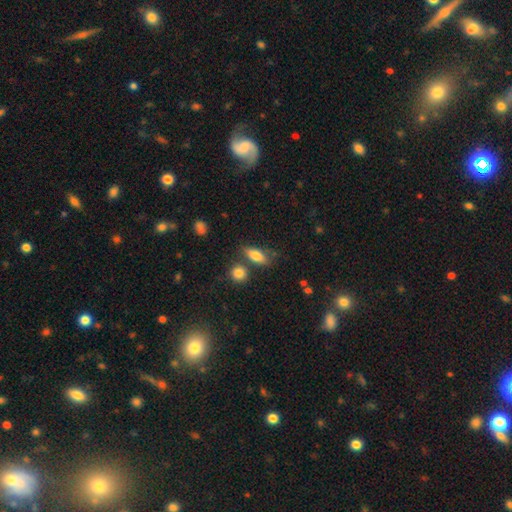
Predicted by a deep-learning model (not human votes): A smooth galaxy with no disk features (79%) that is in between round and cigar-shaped (77%).

Vote fractions:
- Smooth or featured? smooth: 79% / featured or disk: 13% / star or artifact: 8%
- How rounded? in between: 77% / cigar-shaped: 16% / round: 7%
- Merging? none: 64% / minor disturbance: 18% / merger: 12% / major disturbance: 6%